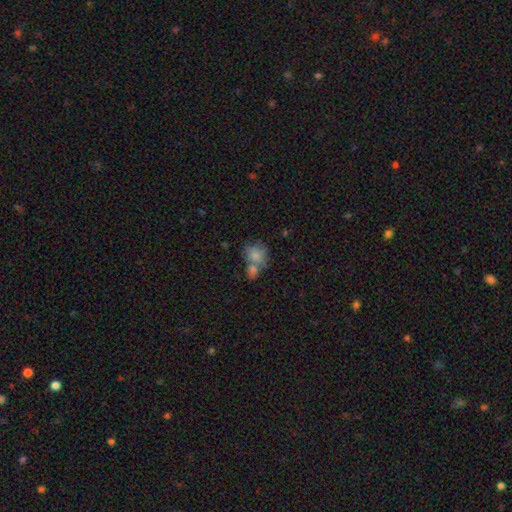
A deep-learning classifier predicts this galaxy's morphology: Smooth or featured? Predicted: smooth (p=0.78). How rounded? Predicted: round (p=0.59). Merging? Predicted: merger (p=0.52).